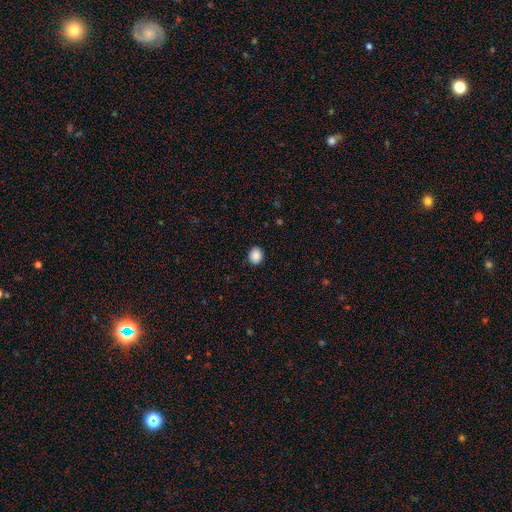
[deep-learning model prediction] smooth 89%, star or artifact 8%, featured or disk 3%. Down the decision tree: how rounded — round (64%); merging — none (91%).